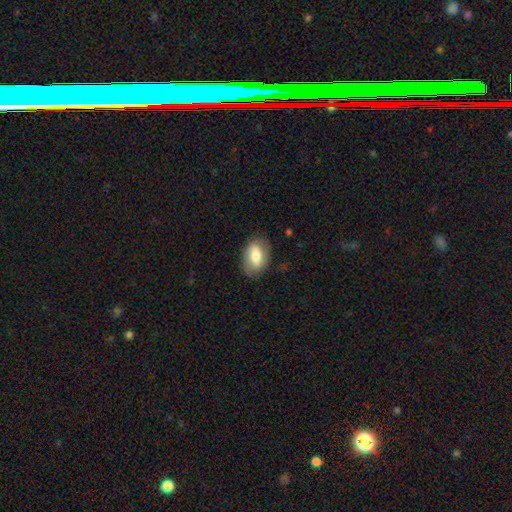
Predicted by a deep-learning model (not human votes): Q: Smooth or featured?
A: smooth (73%); runner-up: featured or disk (20%)
Q: How rounded?
A: in between (90%); runner-up: round (7%)
Q: Merging?
A: none (80%); runner-up: minor disturbance (15%)